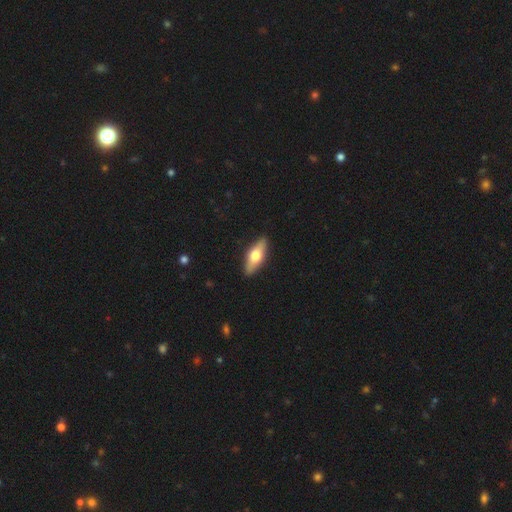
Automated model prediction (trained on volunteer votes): smooth 52%, featured or disk 42%, star or artifact 5%. Down the decision tree: how rounded — in between (64%); merging — none (89%).